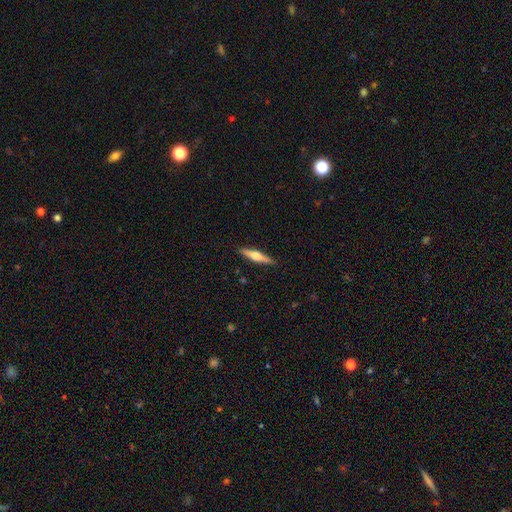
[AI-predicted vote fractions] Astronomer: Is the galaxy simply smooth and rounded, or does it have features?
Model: featured or disk — 56% (runner-up: smooth, 39%).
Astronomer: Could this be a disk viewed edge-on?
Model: yes — 97%.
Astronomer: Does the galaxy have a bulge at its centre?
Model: rounded — 88%.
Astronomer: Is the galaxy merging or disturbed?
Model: none — 90%.